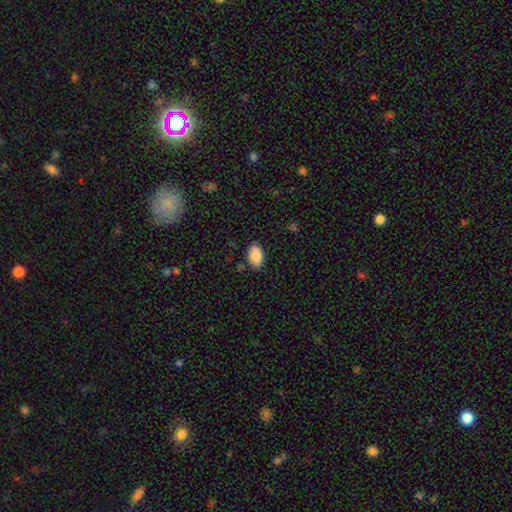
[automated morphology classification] Q: Smooth or featured?
A: smooth (87%); runner-up: star or artifact (7%)
Q: How rounded?
A: in between (93%); runner-up: round (6%)
Q: Merging?
A: none (84%); runner-up: minor disturbance (12%)